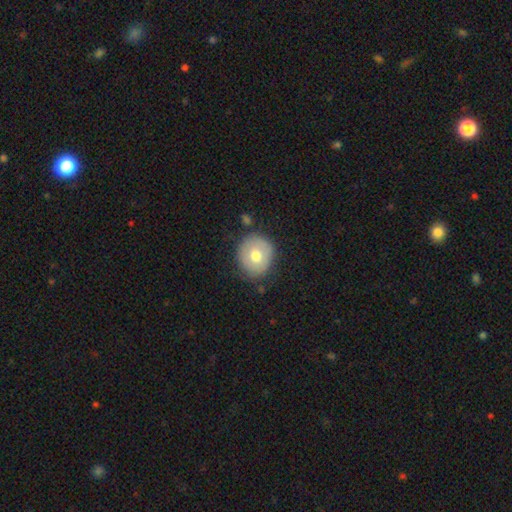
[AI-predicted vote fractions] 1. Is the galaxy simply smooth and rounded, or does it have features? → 67% smooth, 25% featured or disk, 7% star or artifact.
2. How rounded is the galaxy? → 86% round, 13% in between, 1% cigar-shaped.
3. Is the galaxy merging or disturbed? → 79% none, 15% minor disturbance, 4% major disturbance, 2% merger.